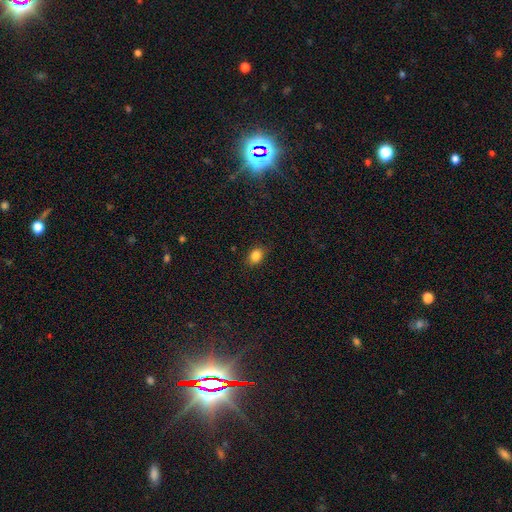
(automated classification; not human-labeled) Smooth or featured? smooth (84%)
How rounded? in between (65%)
Merging? none (85%)